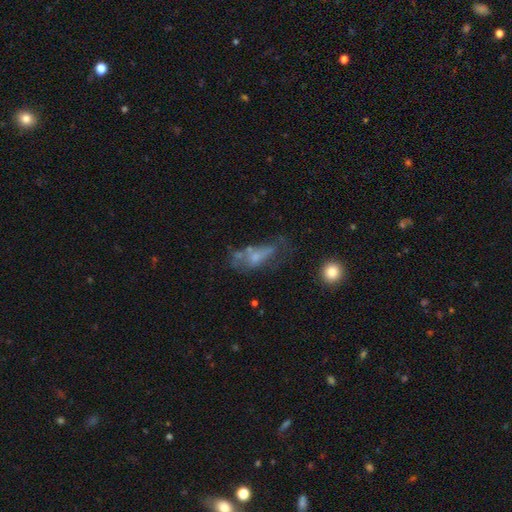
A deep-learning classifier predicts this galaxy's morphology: Q: Smooth or featured?
A: featured or disk (46%); runner-up: smooth (39%)
Q: Merging?
A: major disturbance (35%); runner-up: none (30%)